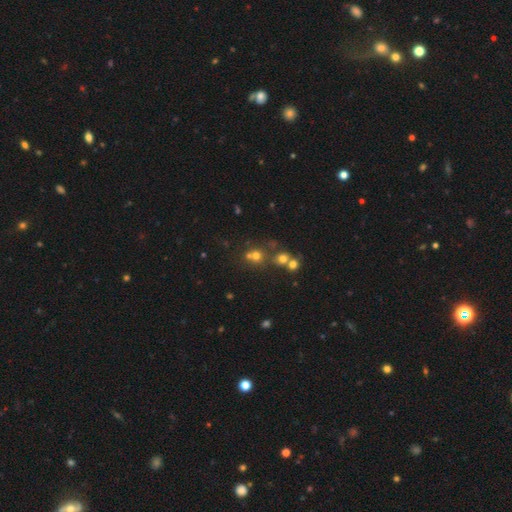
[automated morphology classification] smooth 61%, star or artifact 25%, featured or disk 14%. Down the decision tree: how rounded — round (84%); merging — none (50%).